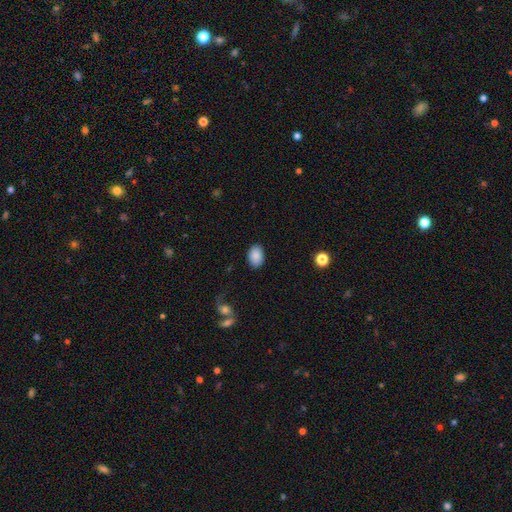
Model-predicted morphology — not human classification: Overall: smooth (87%). How rounded: in between (84%). Merging: none (86%).